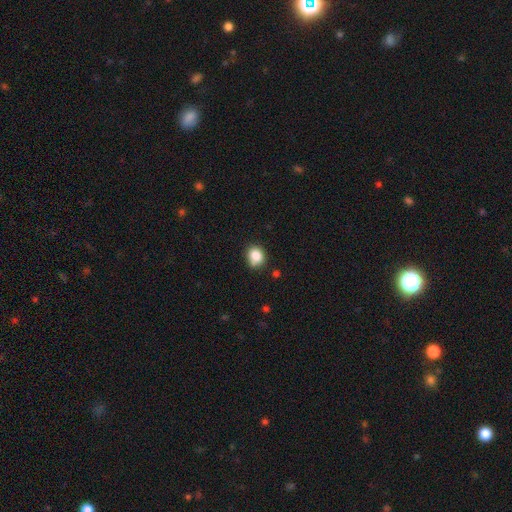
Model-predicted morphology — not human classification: This is clearly a smooth galaxy (84%). How rounded: likely round (72%). Merging: likely none (70%).